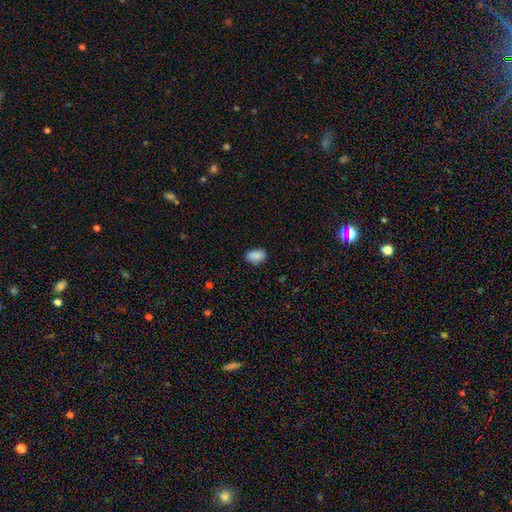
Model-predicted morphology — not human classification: This appears to be a smooth galaxy with no disk features (88%) that is in between round and cigar-shaped (86%). Merging: none (81%).